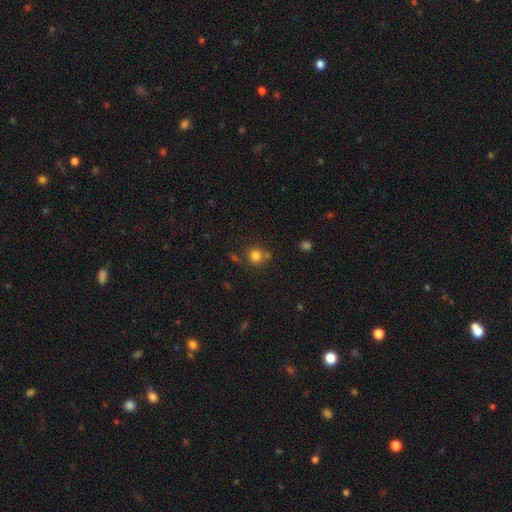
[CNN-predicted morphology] Smooth or featured? smooth (80%)
How rounded? round (89%)
Merging? none (70%)